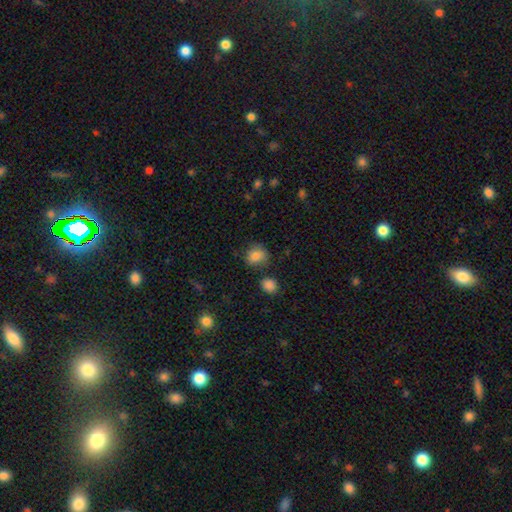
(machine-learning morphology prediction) Smooth or featured: smooth — 83% (star or artifact — 10%)
How rounded: round — 75% (in between — 24%)
Merging: none — 72% (minor disturbance — 17%)